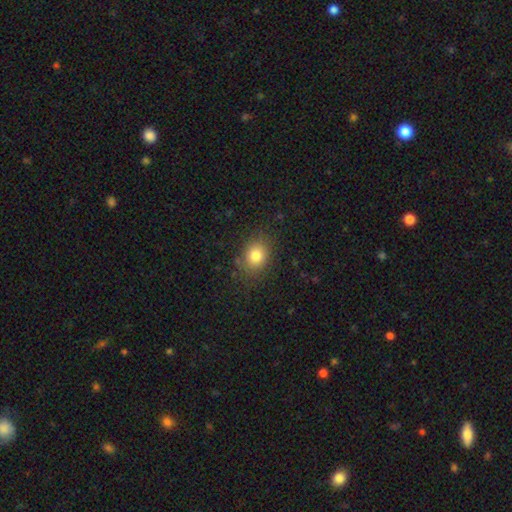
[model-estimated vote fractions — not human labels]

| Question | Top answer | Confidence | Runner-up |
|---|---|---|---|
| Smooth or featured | smooth | 80% | star or artifact (12%) |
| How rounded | round | 54% | in between (45%) |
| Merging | none | 82% | minor disturbance (12%) |